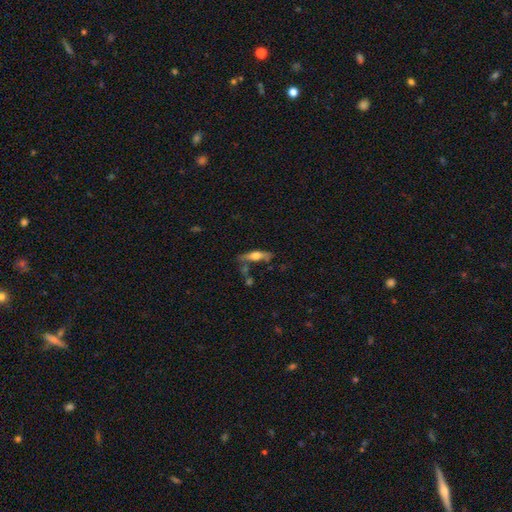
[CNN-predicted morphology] smooth-or-featured: featured or disk: 49% | smooth: 44% | star or artifact: 7%
  merging: none: 64% | minor disturbance: 19% | merger: 10% | major disturbance: 7%